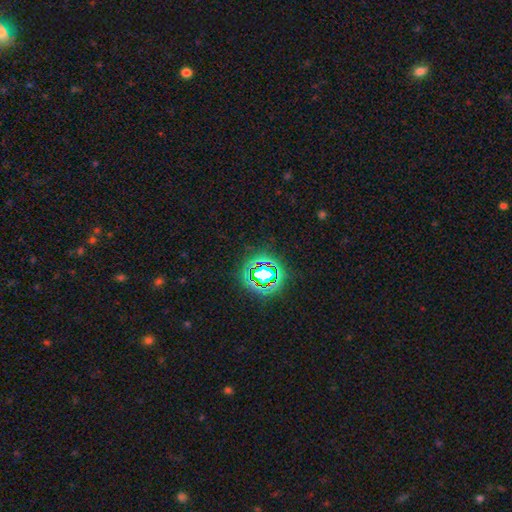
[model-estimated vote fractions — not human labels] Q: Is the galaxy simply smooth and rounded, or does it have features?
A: star or artifact — 72%.